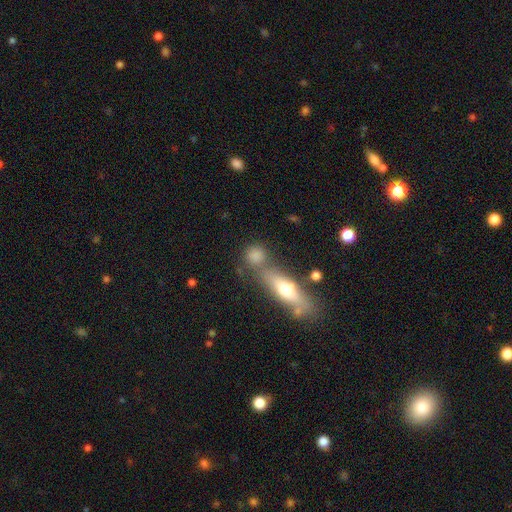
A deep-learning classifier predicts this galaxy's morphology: This appears to be a smooth galaxy with no disk features (75%) that is round (65%). Merging: none (58%).